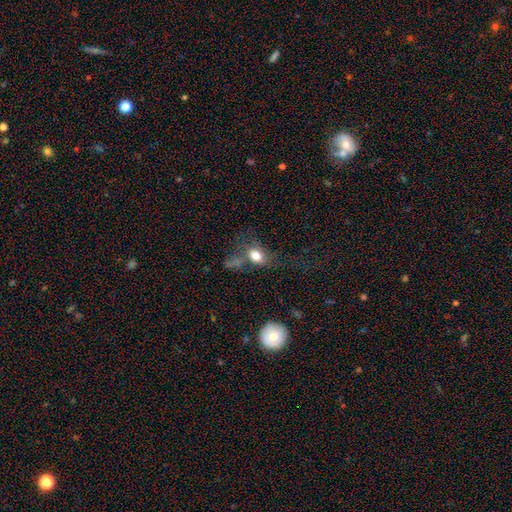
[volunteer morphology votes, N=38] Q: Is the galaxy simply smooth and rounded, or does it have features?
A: smooth — 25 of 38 (66%).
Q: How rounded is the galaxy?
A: round — 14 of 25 (56%).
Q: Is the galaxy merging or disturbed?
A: major disturbance — 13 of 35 (37%).